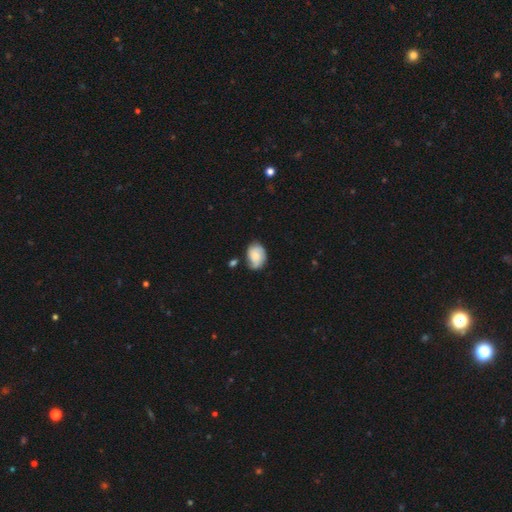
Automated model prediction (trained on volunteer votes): This is possibly a smooth galaxy (55%). How rounded: likely in between (73%). Merging: likely none (64%).